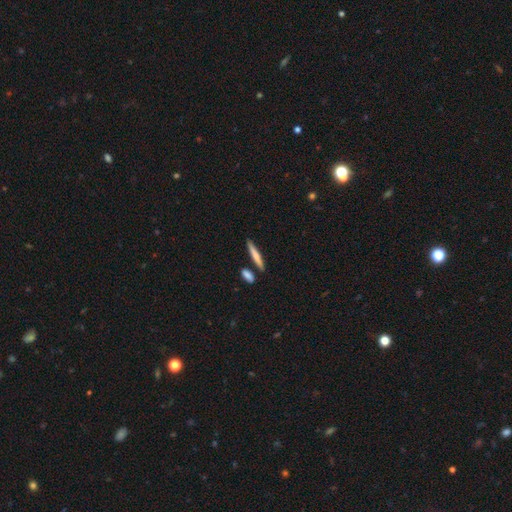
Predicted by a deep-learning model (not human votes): A smooth galaxy with no disk features (69%) that is cigar-shaped (91%). Merging: none (82%).